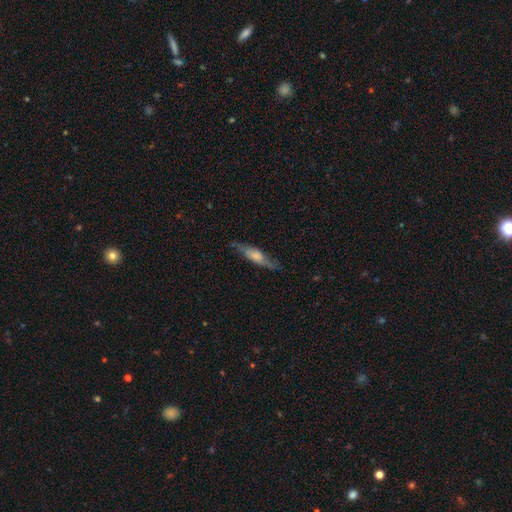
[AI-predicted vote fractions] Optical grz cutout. It shows a smooth galaxy with no disk features (48%). Merging: none (72%).